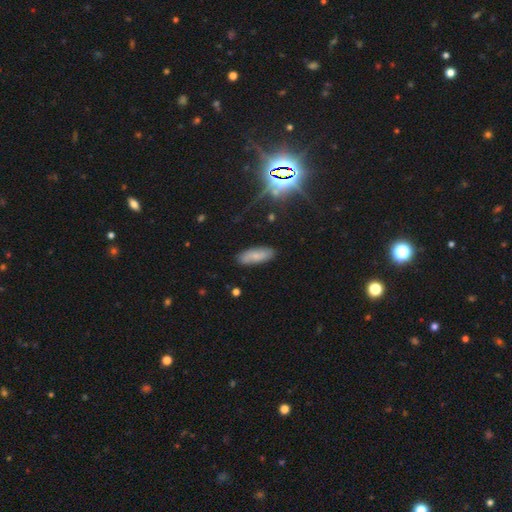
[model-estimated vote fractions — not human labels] Smooth or featured? Predicted: smooth (p=0.67). How rounded? Predicted: in between (p=0.66). Merging? Predicted: none (p=0.84).